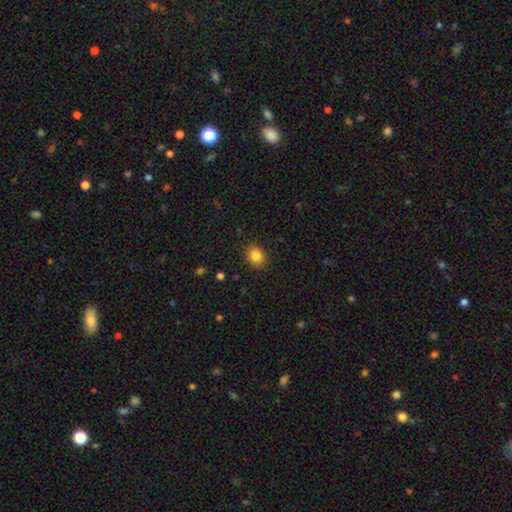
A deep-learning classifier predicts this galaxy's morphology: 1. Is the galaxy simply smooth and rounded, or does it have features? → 85% smooth, 10% star or artifact, 5% featured or disk.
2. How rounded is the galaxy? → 62% round, 37% in between, 1% cigar-shaped.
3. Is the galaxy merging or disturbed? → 88% none, 8% minor disturbance, 2% major disturbance, 1% merger.